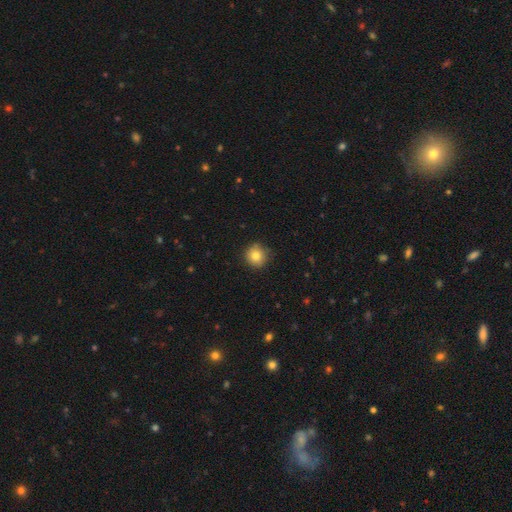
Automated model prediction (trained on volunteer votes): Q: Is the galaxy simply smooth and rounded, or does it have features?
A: smooth — 81%.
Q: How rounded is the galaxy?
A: round — 93%.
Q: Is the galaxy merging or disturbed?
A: none — 87%.